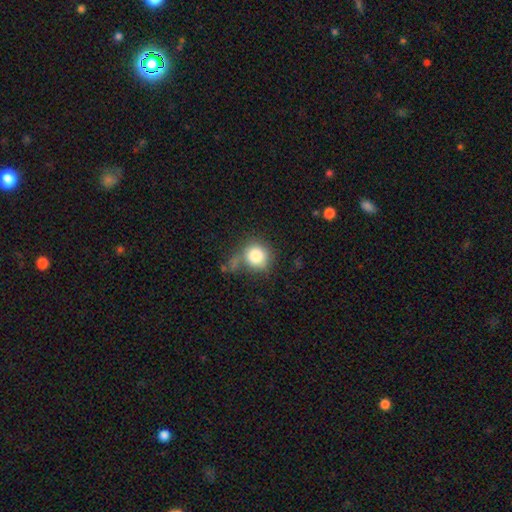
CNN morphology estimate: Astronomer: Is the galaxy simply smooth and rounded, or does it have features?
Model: smooth — 82%.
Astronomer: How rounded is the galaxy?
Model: round — 88%.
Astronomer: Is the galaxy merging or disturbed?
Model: none — 50%.